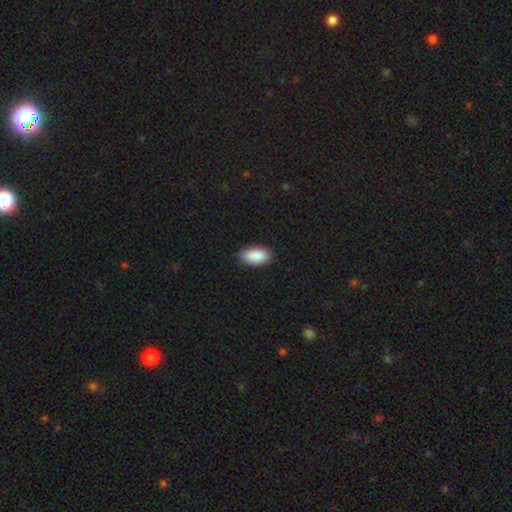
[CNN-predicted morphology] Smooth or featured? smooth (91%)
How rounded? in between (95%)
Merging? none (88%)